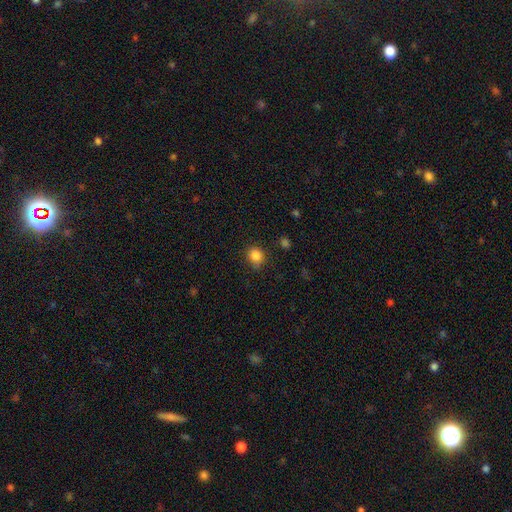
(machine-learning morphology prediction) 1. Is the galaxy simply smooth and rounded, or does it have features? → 85% smooth, 11% star or artifact, 4% featured or disk.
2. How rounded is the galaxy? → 77% round, 22% in between, 1% cigar-shaped.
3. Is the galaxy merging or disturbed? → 78% none, 16% minor disturbance, 4% major disturbance, 2% merger.